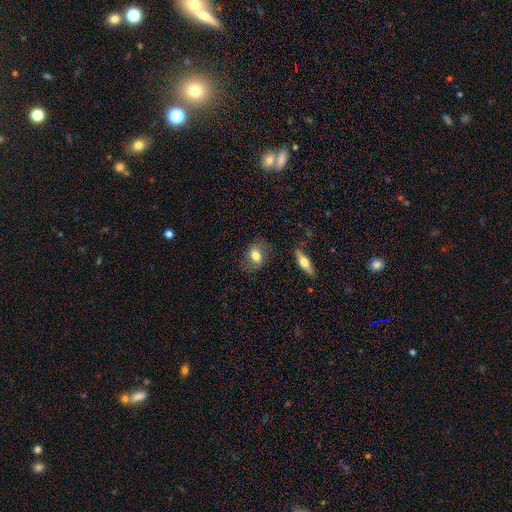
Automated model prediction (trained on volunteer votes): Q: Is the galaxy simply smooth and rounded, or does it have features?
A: smooth — 62%.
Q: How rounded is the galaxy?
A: in between — 77%.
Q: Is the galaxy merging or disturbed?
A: none — 70%.